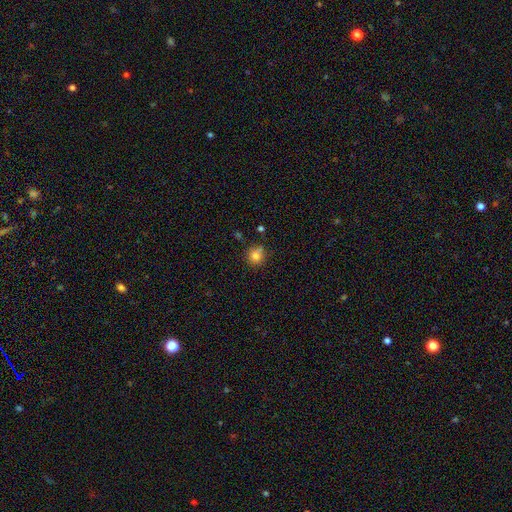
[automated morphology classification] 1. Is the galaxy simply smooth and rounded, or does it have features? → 81% smooth, 12% star or artifact, 7% featured or disk.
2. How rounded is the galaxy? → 88% round, 11% in between, 1% cigar-shaped.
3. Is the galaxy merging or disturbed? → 72% none, 19% minor disturbance, 5% merger, 4% major disturbance.